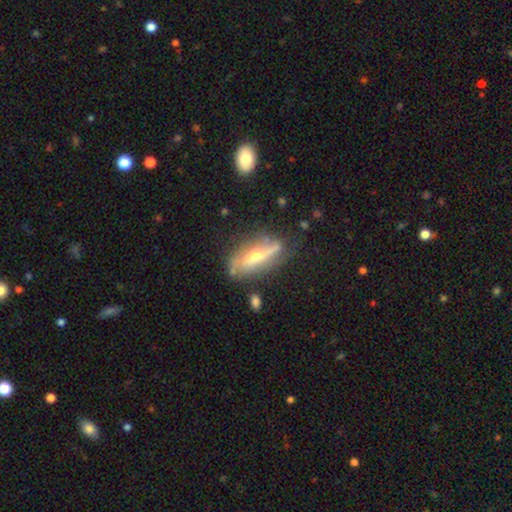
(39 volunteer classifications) smooth_or_featured: featured or disk (p=0.72) [alt: smooth p=0.21]
disk_edge_on: yes (p=0.68) [alt: no p=0.32]
edge_on_bulge: rounded (p=0.95) [alt: boxy p=0.05]
merging: none (p=0.47) [alt: minor disturbance p=0.33]